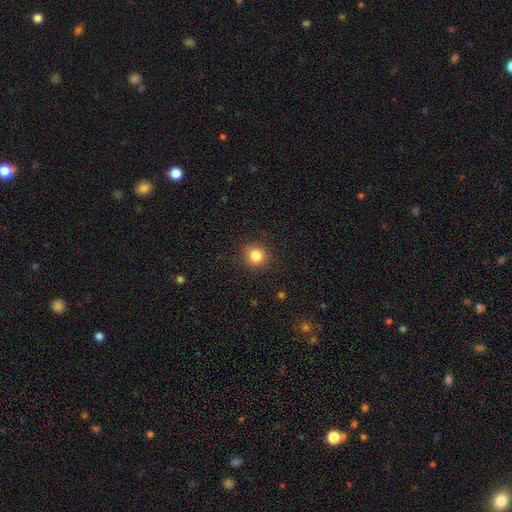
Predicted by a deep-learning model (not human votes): Smooth or featured?
  - smooth: 84% *
  - star or artifact: 11%
  - featured or disk: 5%
How rounded?
  - round: 91% *
  - in between: 8%
  - cigar-shaped: 1%
Merging?
  - none: 90% *
  - minor disturbance: 7%
  - major disturbance: 2%
  - merger: 1%